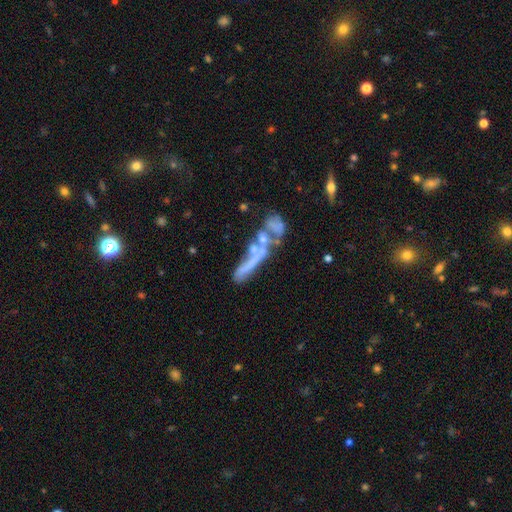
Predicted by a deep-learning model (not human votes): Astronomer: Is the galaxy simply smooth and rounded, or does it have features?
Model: featured or disk — 51% (runner-up: smooth, 33%).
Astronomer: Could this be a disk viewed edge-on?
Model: no — 53% (runner-up: yes, 47%).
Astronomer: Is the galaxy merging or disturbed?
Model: merger — 38% (runner-up: none, 32%).